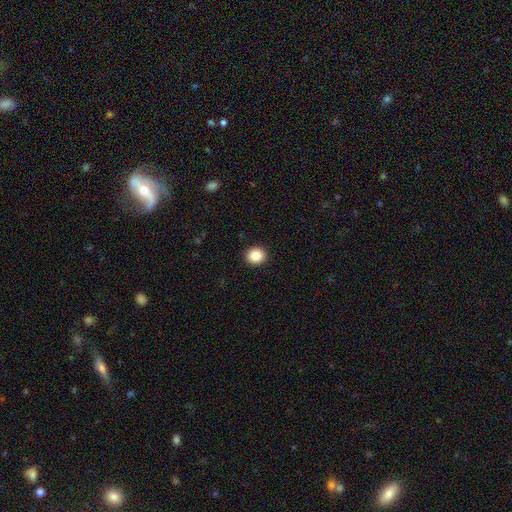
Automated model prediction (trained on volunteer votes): smooth-or-featured: smooth: 87% | star or artifact: 9% | featured or disk: 4%
  how-rounded: round: 85% | in between: 14% | cigar-shaped: 1%
  merging: none: 92% | minor disturbance: 5% | major disturbance: 2% | merger: 1%